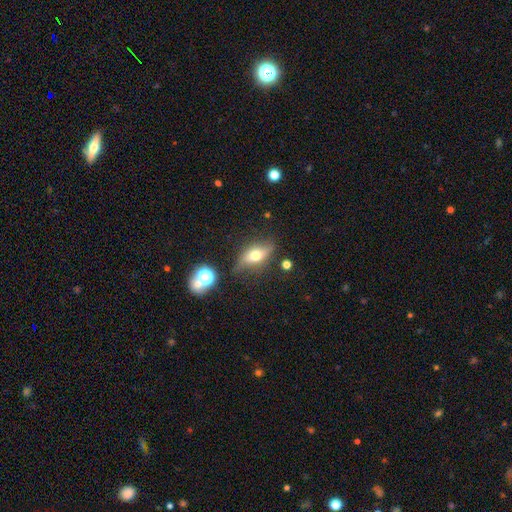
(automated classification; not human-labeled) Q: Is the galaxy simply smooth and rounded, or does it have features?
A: featured or disk — 50%.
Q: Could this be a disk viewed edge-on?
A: yes — 64%.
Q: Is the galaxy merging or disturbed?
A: none — 69%.